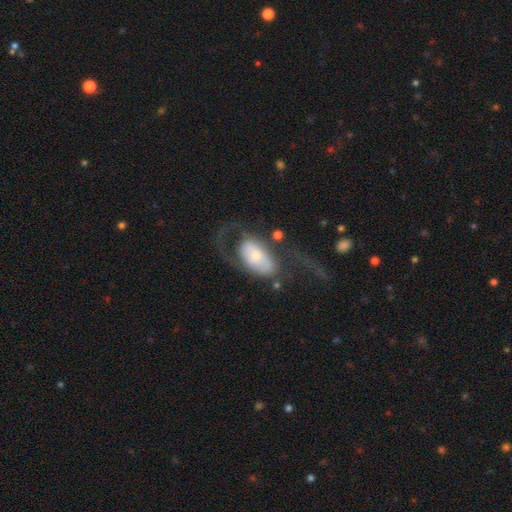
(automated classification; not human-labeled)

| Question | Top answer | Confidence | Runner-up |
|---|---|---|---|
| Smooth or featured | featured or disk | 56% | smooth (38%) |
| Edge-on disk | no | 91% | yes (9%) |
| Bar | no | 67% | weak (21%) |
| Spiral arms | yes | 59% | no (41%) |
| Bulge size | small | 47% | moderate (32%) |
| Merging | major disturbance | 48% | none (31%) |